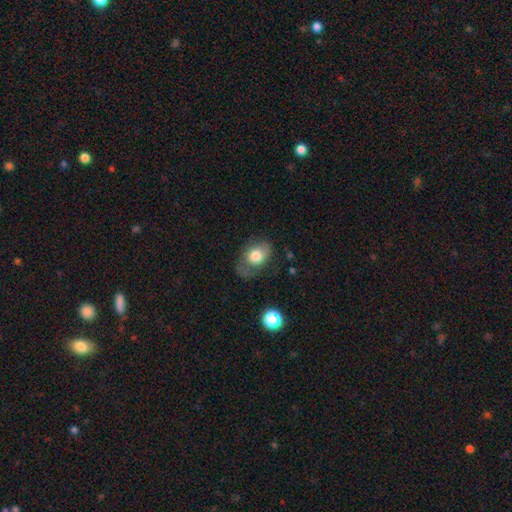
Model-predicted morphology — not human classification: Overall: smooth (67%). How rounded: in between (72%). Merging: none (48%; minor disturbance 29%).